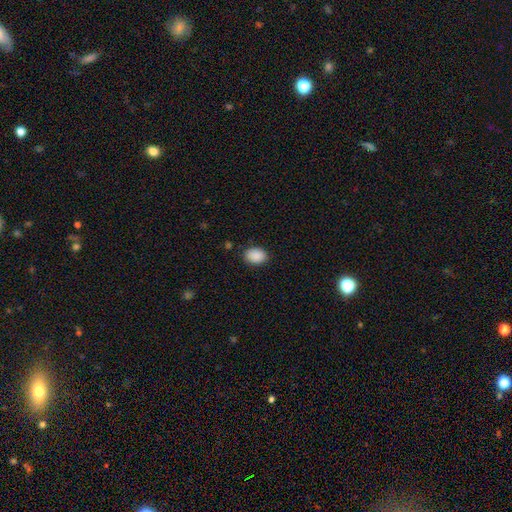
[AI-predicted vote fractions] This appears to be a smooth galaxy with no disk features (90%) that is in between round and cigar-shaped (72%). Merging: none (85%).